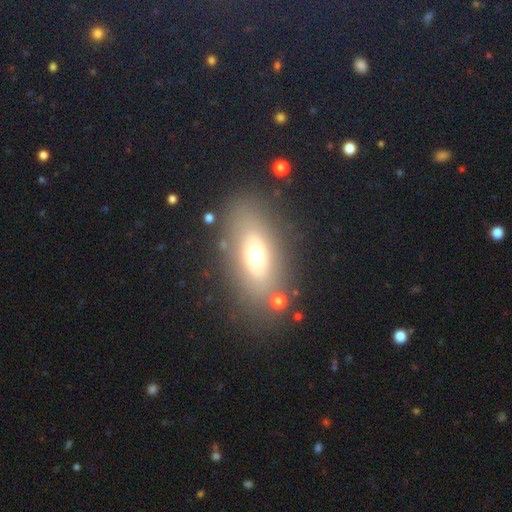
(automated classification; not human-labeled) A smooth galaxy with no disk features (54%) that is in between round and cigar-shaped (77%).

Vote fractions:
- Smooth or featured? smooth: 54% / featured or disk: 34% / star or artifact: 12%
- How rounded? in between: 77% / cigar-shaped: 14% / round: 9%
- Merging? none: 79% / minor disturbance: 12% / major disturbance: 5% / merger: 4%